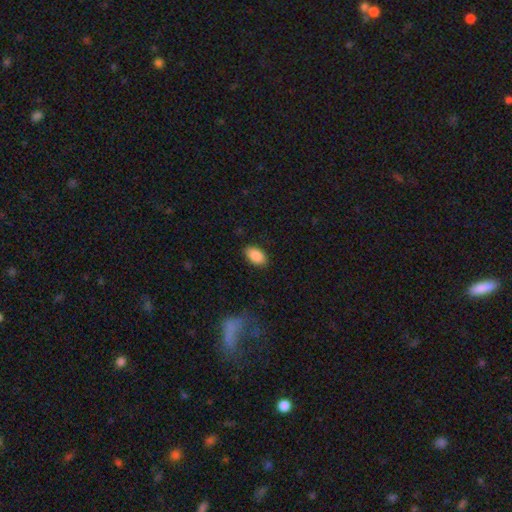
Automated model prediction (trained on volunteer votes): The model was most divided on "merging": none: 86%, minor disturbance: 11%, major disturbance: 3%, merger: 1%. More confident: how rounded — in between (92%); smooth or featured — smooth (89%).